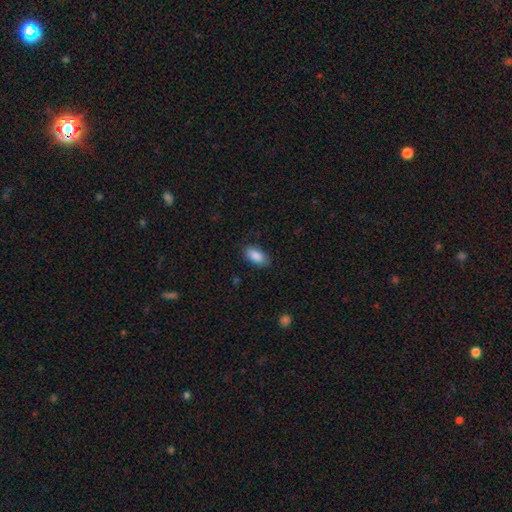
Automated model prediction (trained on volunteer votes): The model was most divided on "merging": none: 83%, minor disturbance: 13%, major disturbance: 3%, merger: 1%. More confident: how rounded — in between (93%); smooth or featured — smooth (88%).